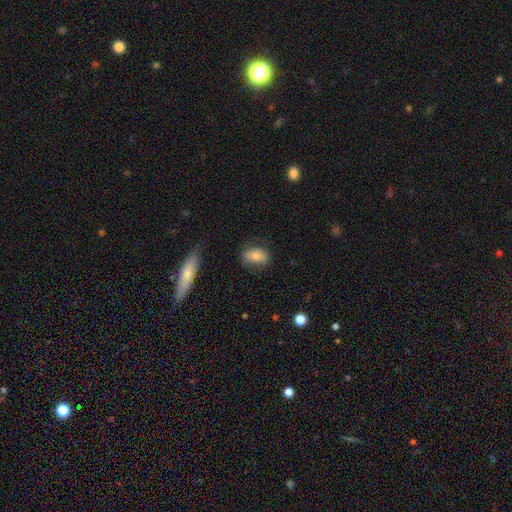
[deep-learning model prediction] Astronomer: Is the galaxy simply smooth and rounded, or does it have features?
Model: smooth — 74%.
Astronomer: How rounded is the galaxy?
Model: in between — 85%.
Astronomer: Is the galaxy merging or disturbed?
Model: none — 68%.